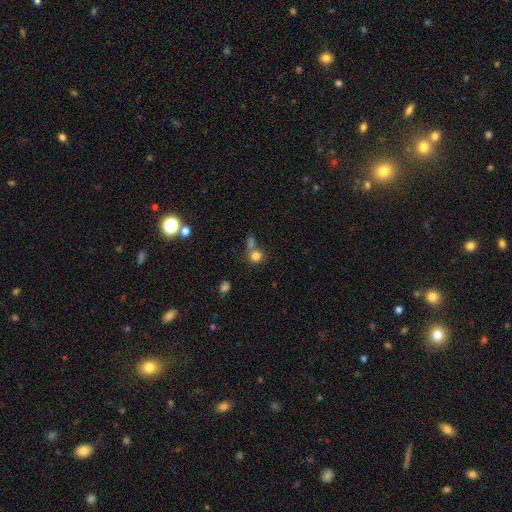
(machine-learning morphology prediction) A smooth galaxy with no disk features (78%) that is round (86%).

Vote fractions:
- Smooth or featured? smooth: 78% / star or artifact: 13% / featured or disk: 9%
- How rounded? round: 86% / in between: 13% / cigar-shaped: 1%
- Merging? none: 49% / merger: 36% / minor disturbance: 10% / major disturbance: 6%